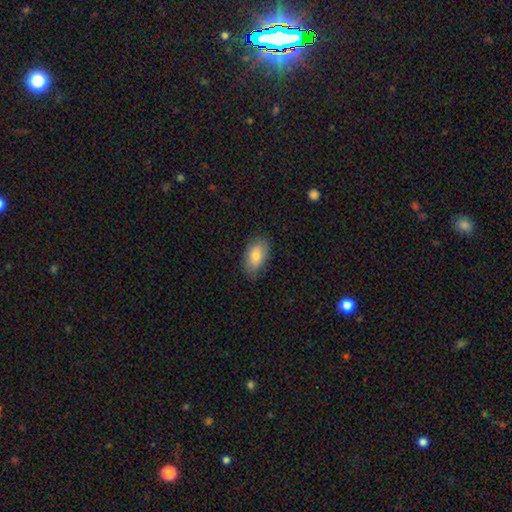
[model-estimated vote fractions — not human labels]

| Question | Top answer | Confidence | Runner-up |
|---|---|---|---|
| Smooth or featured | smooth | 81% | featured or disk (12%) |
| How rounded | in between | 92% | round (6%) |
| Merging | none | 82% | minor disturbance (14%) |